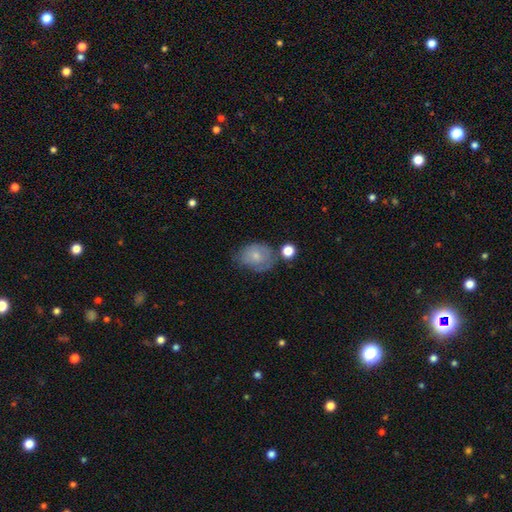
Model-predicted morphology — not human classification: This is likely a smooth galaxy (71%). How rounded: possibly in between (57%). Merging: possibly none (49%).